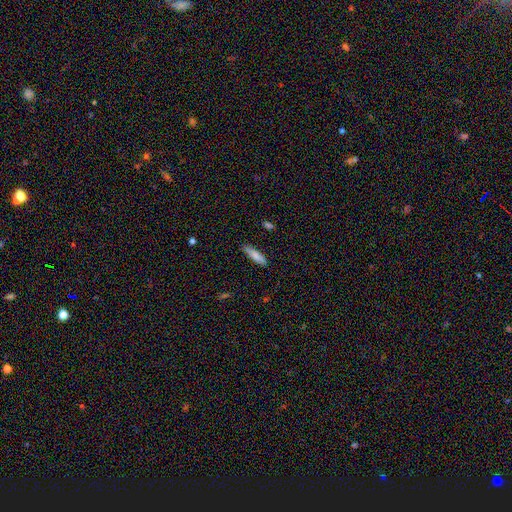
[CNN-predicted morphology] Smooth or featured? smooth (82%)
How rounded? cigar-shaped (71%)
Merging? none (83%)